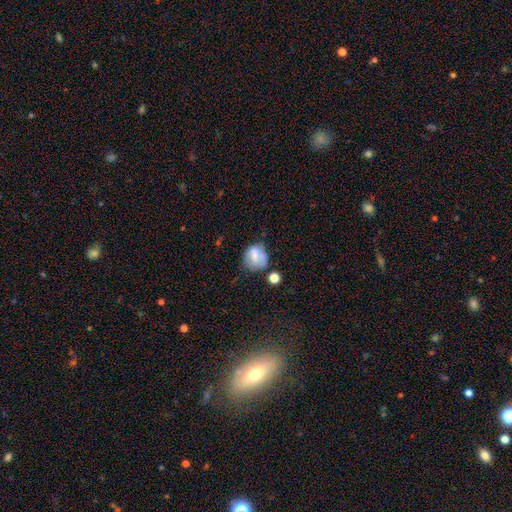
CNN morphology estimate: type=smooth (70%); roundness=round (66%); merging=none (48%).